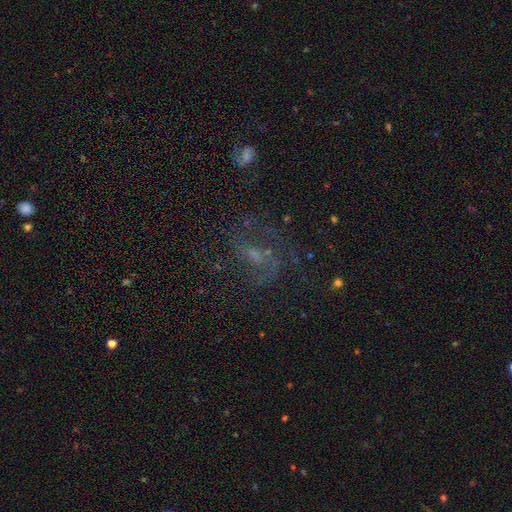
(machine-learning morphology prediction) smooth_or_featured: featured or disk (p=0.63) [alt: star or artifact p=0.22]
disk_edge_on: no (p=0.97) [alt: yes p=0.03]
bar: no (p=0.47) [alt: weak p=0.42]
has_spiral_arms: yes (p=0.79) [alt: no p=0.21]
bulge_size: small (p=0.48) [alt: moderate p=0.29]
merging: none (p=0.57) [alt: major disturbance p=0.23]